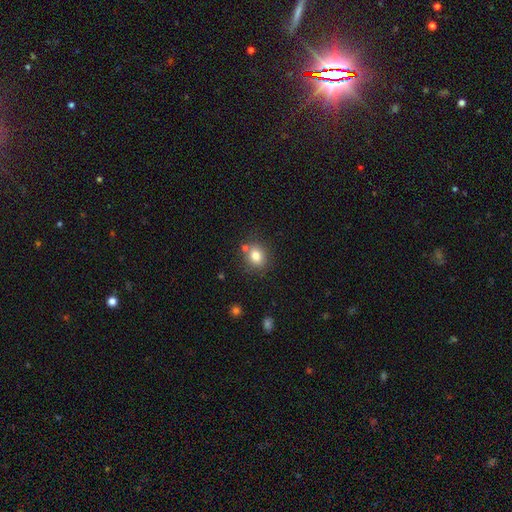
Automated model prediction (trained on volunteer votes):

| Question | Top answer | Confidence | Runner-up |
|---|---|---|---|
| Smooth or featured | smooth | 80% | star or artifact (11%) |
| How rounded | round | 66% | in between (33%) |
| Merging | none | 74% | minor disturbance (12%) |